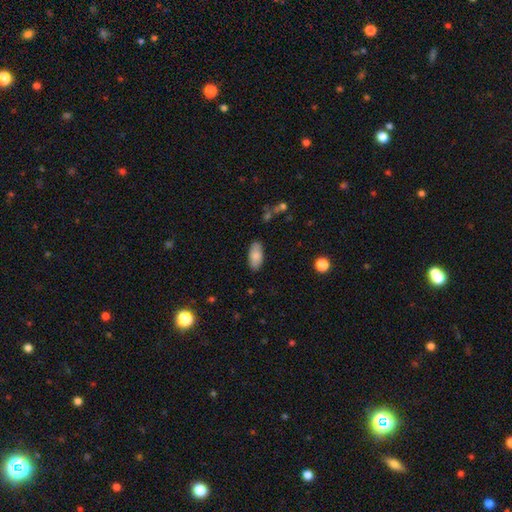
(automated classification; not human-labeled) smooth 84%, featured or disk 9%, star or artifact 7%. Down the decision tree: how rounded — in between (90%); merging — none (86%).